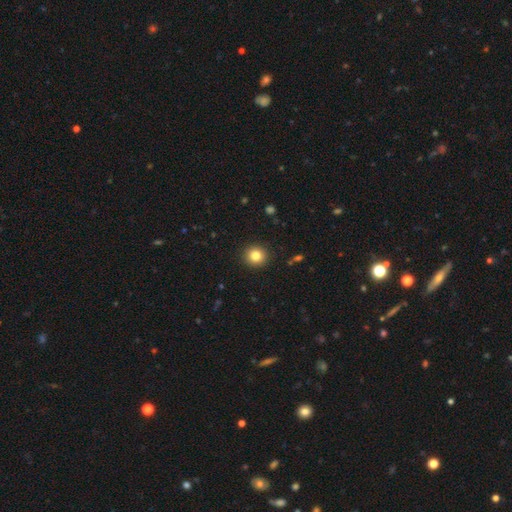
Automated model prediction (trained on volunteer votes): A smooth galaxy with no disk features (82%) that is round (91%). Merging: none (92%).